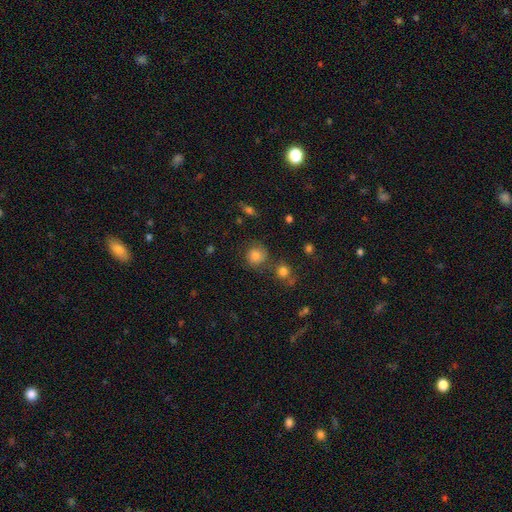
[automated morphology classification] This is likely a smooth galaxy (76%). How rounded: clearly round (88%). Merging: likely none (71%).